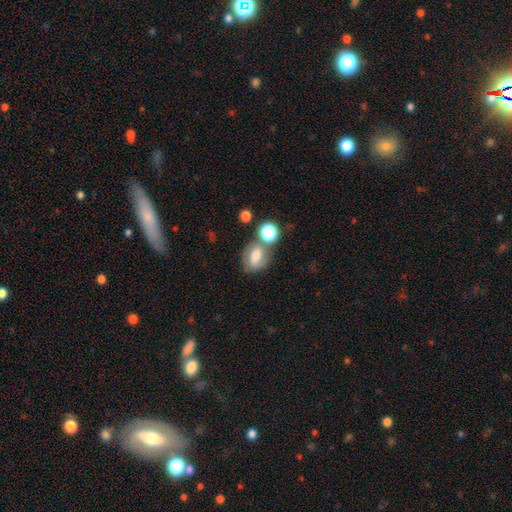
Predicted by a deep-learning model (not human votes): smooth-or-featured: smooth: 64% | featured or disk: 25% | star or artifact: 11%
  how-rounded: in between: 53% | round: 46% | cigar-shaped: 2%
  merging: none: 50% | merger: 28% | minor disturbance: 16% | major disturbance: 7%